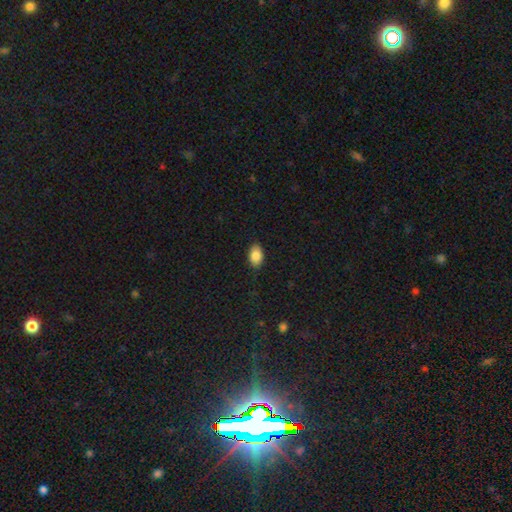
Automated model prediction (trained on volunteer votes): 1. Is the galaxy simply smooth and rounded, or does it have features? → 87% smooth, 8% star or artifact, 6% featured or disk.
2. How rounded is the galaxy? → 91% in between, 8% round, 1% cigar-shaped.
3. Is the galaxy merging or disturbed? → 88% none, 9% minor disturbance, 2% major disturbance, 1% merger.